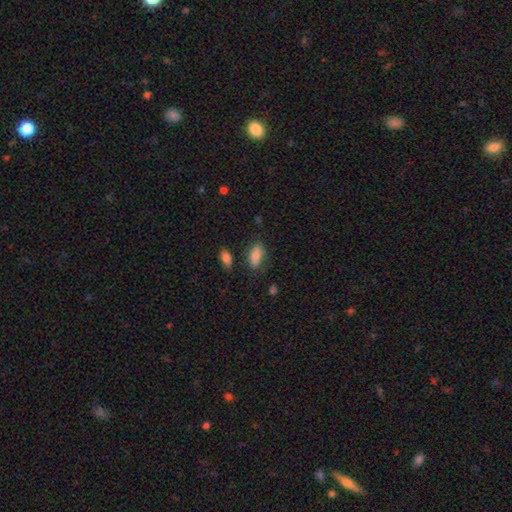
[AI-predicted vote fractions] smooth-or-featured: smooth: 86% | star or artifact: 8% | featured or disk: 7%
  how-rounded: in between: 90% | cigar-shaped: 7% | round: 3%
  merging: none: 73% | minor disturbance: 18% | major disturbance: 6% | merger: 4%